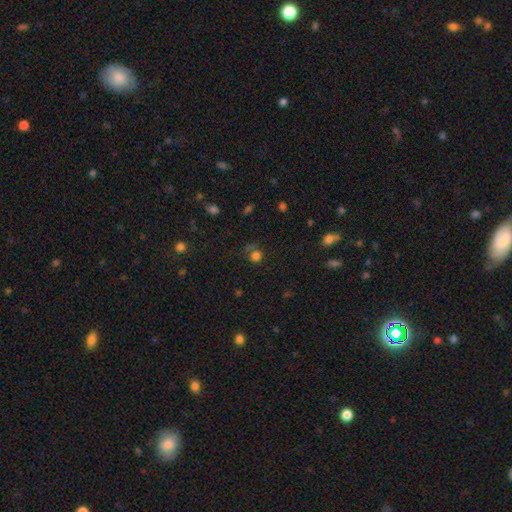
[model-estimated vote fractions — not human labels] This appears to be a smooth galaxy with no disk features (72%) that is round (85%). Merging: none (64%).